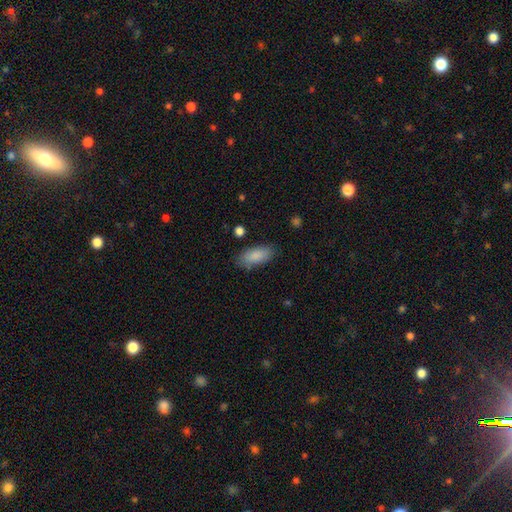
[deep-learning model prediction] Smooth or featured?
  - smooth: 87% *
  - star or artifact: 6%
  - featured or disk: 6%
How rounded?
  - in between: 86% *
  - cigar-shaped: 12%
  - round: 2%
Merging?
  - none: 81% *
  - minor disturbance: 13%
  - major disturbance: 3%
  - merger: 2%